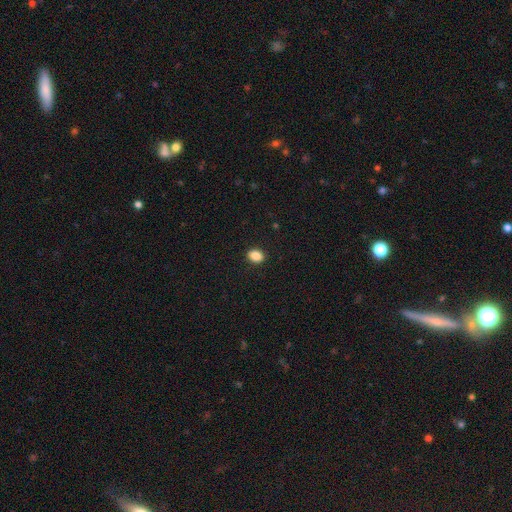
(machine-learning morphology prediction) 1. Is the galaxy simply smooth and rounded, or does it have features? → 88% smooth, 9% star or artifact, 3% featured or disk.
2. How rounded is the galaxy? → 66% in between, 33% round, 1% cigar-shaped.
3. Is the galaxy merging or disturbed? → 90% none, 7% minor disturbance, 2% major disturbance, 1% merger.